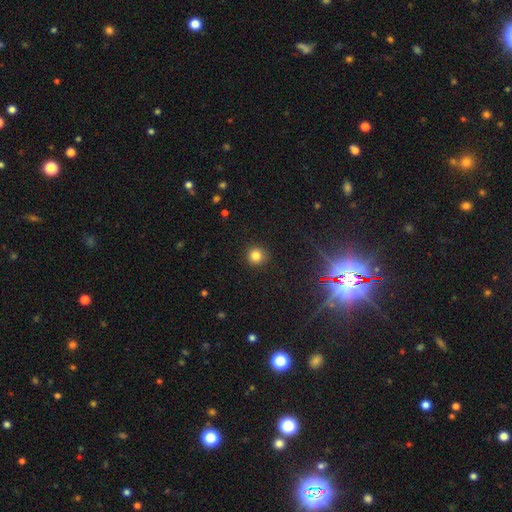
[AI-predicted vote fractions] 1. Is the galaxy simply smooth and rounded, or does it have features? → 82% smooth, 14% star or artifact, 5% featured or disk.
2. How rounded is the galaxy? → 94% round, 5% in between, 1% cigar-shaped.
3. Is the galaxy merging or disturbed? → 91% none, 6% minor disturbance, 2% major disturbance, 1% merger.